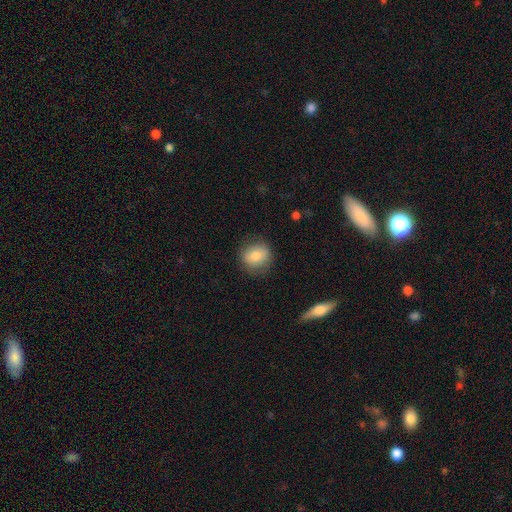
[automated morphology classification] Q: Smooth or featured?
A: smooth (78%); runner-up: featured or disk (13%)
Q: How rounded?
A: round (77%); runner-up: in between (22%)
Q: Merging?
A: none (82%); runner-up: minor disturbance (13%)